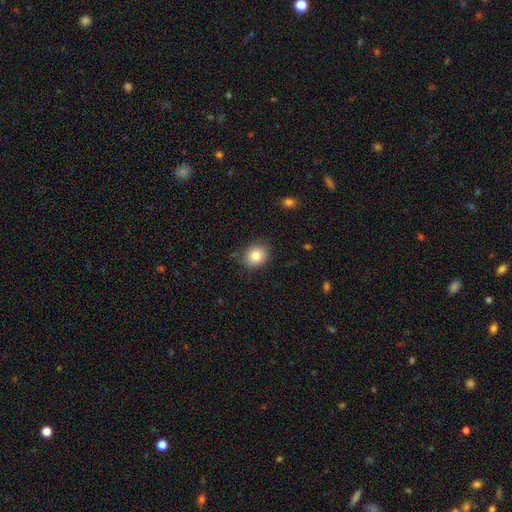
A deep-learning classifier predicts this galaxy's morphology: smooth_or_featured: smooth (p=0.83) [alt: star or artifact p=0.09]
how_rounded: round (p=0.55) [alt: in between p=0.44]
merging: none (p=0.82) [alt: minor disturbance p=0.13]